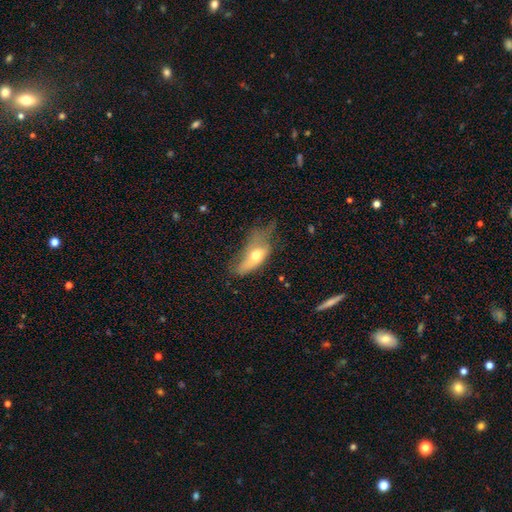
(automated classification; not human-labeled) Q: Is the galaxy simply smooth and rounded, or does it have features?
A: smooth — 61%.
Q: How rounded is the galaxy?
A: in between — 78%.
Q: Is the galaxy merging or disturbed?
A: major disturbance — 42%.